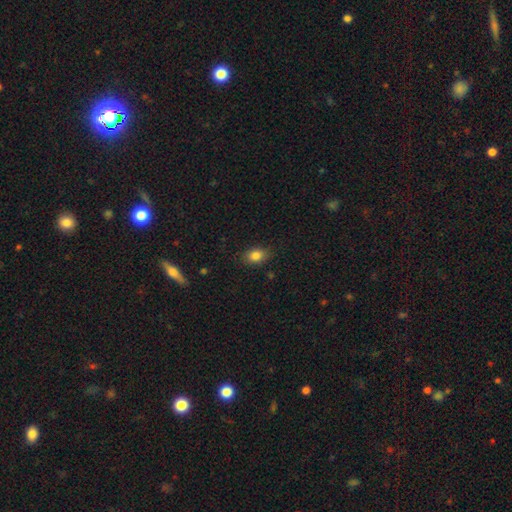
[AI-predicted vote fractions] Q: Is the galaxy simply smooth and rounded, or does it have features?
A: smooth — 83%.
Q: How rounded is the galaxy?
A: in between — 75%.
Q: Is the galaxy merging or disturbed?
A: none — 84%.